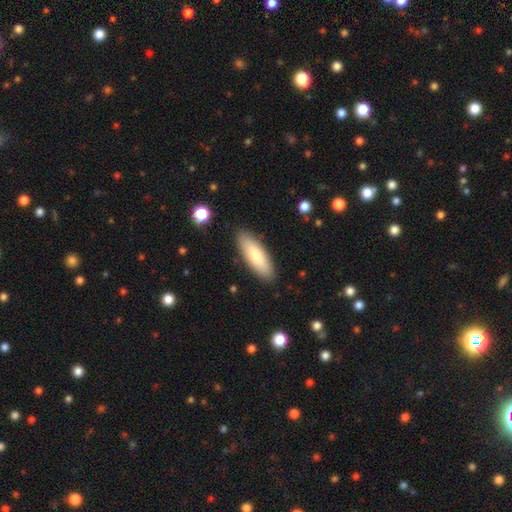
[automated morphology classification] Smooth or featured: smooth — 76% (featured or disk — 18%)
How rounded: in between — 62% (cigar-shaped — 37%)
Merging: none — 88% (minor disturbance — 9%)